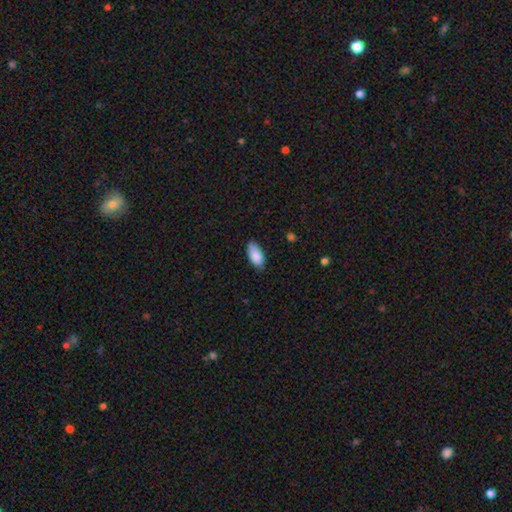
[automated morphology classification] The model was most divided on "merging": none: 75%, minor disturbance: 21%, major disturbance: 3%, merger: 1%. More confident: how rounded — in between (93%); smooth or featured — smooth (88%).